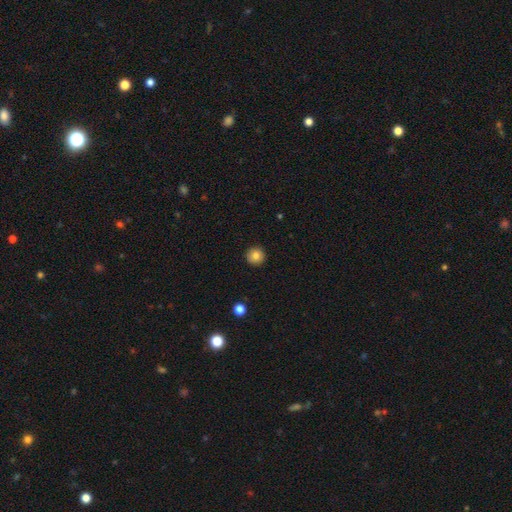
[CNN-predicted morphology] Smooth or featured: smooth — 82% (star or artifact — 10%)
How rounded: round — 96% (in between — 3%)
Merging: none — 92% (minor disturbance — 5%)